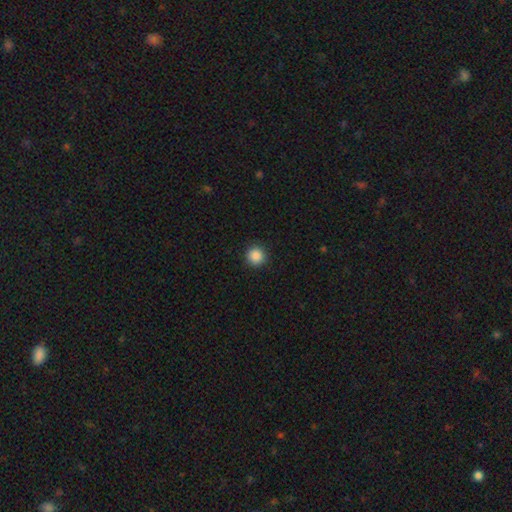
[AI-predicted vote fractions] Overall: smooth (87%). How rounded: round (95%). Merging: none (92%).